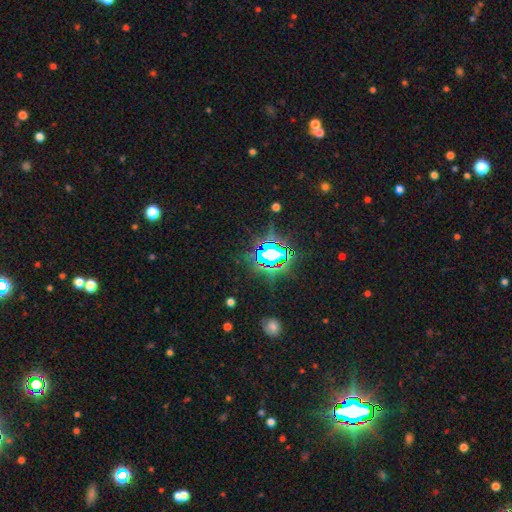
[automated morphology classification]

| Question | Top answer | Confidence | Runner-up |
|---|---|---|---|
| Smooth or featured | star or artifact | 80% | smooth (12%) |